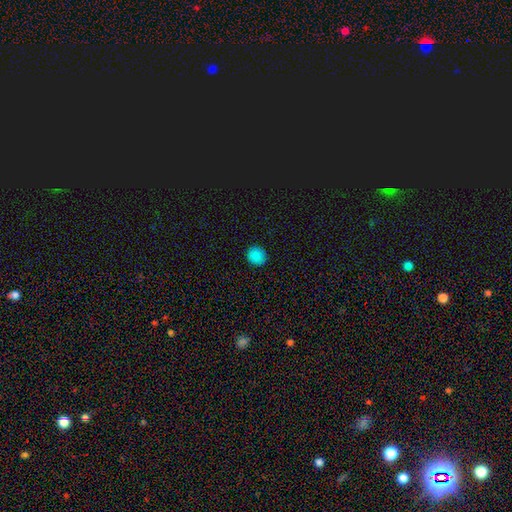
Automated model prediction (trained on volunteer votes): Smooth or featured: smooth — 86% (star or artifact — 11%)
How rounded: round — 83% (in between — 16%)
Merging: none — 92% (minor disturbance — 6%)